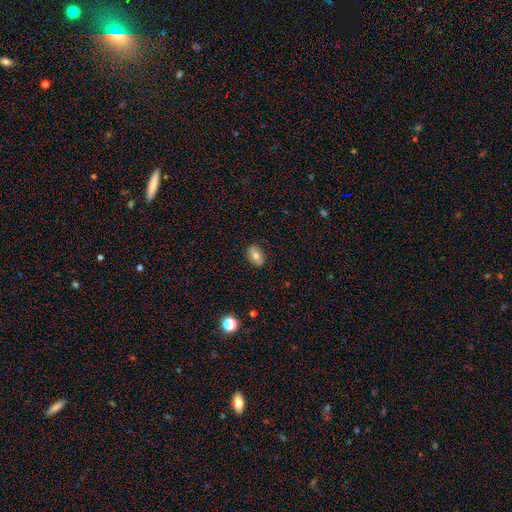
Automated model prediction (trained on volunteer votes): This appears to be a smooth galaxy with no disk features (70%) that is in between round and cigar-shaped (83%). Merging: none (85%).